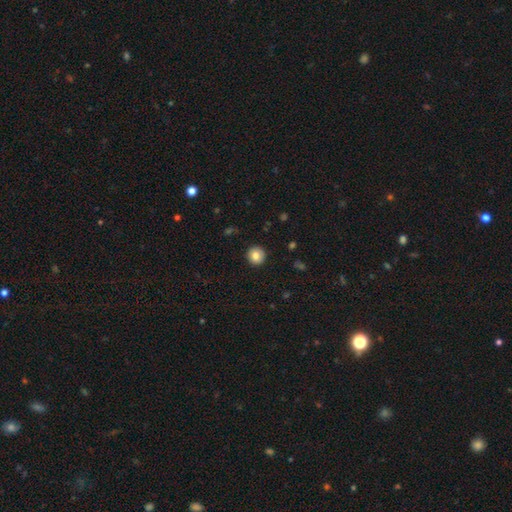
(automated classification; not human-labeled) A smooth galaxy with no disk features (83%) that is round (94%).

Vote fractions:
- Smooth or featured? smooth: 83% / star or artifact: 9% / featured or disk: 8%
- How rounded? round: 94% / in between: 5% / cigar-shaped: 1%
- Merging? none: 92% / minor disturbance: 5% / major disturbance: 2% / merger: 1%